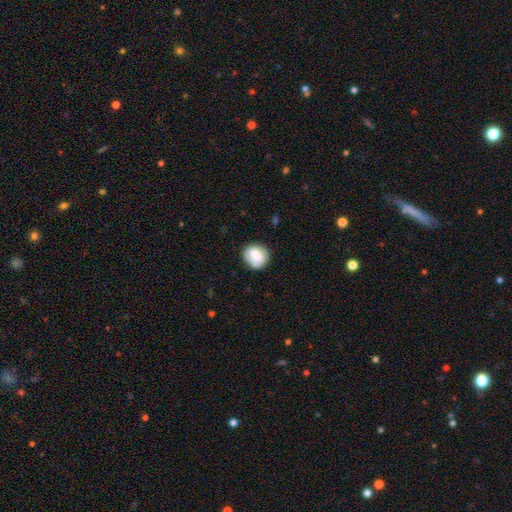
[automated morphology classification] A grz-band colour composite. It shows a smooth galaxy with no disk features (65%) that is round (75%). Merging: none (70%).